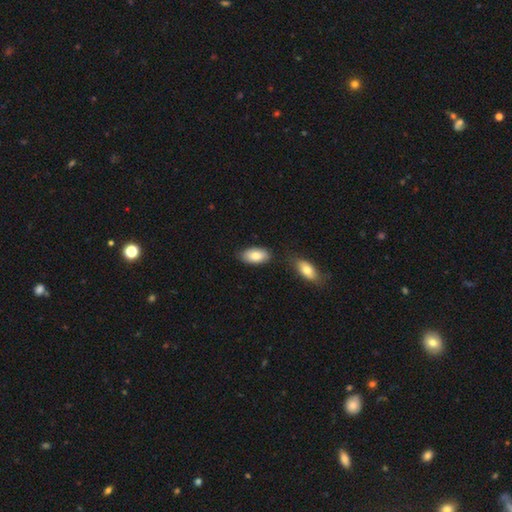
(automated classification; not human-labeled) Smooth or featured? smooth (83%)
How rounded? in between (94%)
Merging? none (74%)